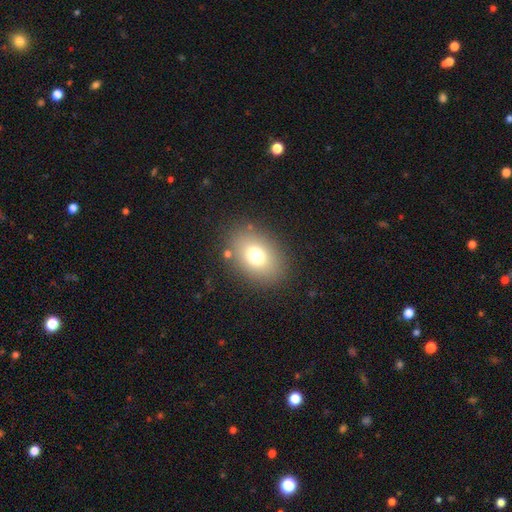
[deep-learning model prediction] The model was most divided on "how rounded": in between: 72%, round: 26%, cigar-shaped: 1%. More confident: merging — none (83%); smooth or featured — smooth (74%).